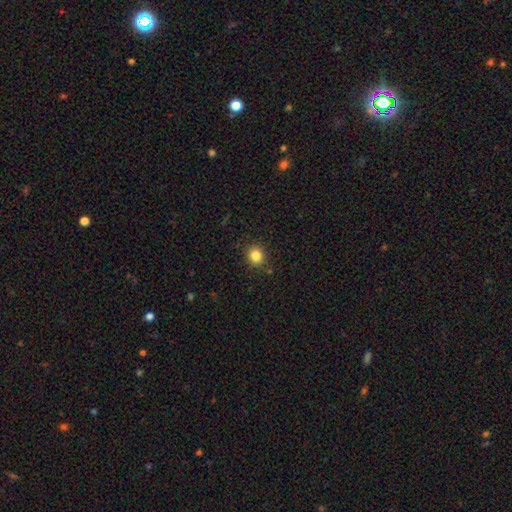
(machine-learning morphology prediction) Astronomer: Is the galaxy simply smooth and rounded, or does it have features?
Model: smooth — 84%.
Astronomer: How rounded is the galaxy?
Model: round — 78%.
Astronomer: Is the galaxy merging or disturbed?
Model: none — 86%.